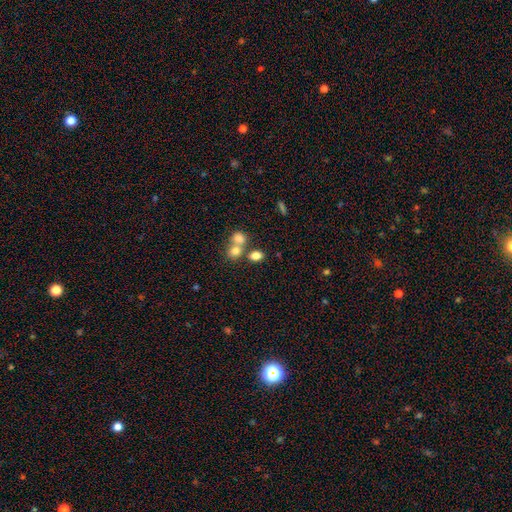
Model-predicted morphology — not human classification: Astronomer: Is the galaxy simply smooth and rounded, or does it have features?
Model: smooth — 78%.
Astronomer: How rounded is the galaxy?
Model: in between — 68%.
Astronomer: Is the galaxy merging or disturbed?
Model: none — 51% (runner-up: merger, 36%).